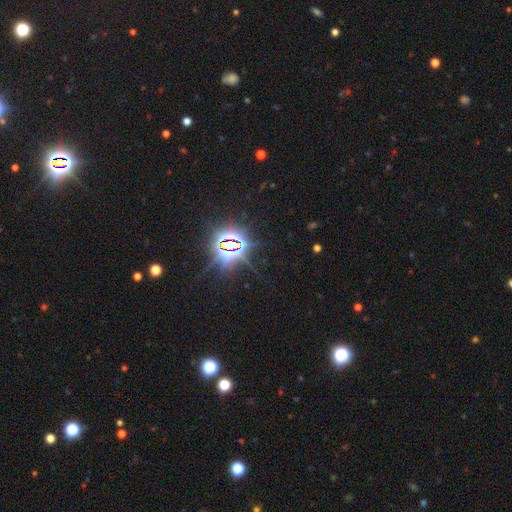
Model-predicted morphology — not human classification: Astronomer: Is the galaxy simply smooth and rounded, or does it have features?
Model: star or artifact — 82%.